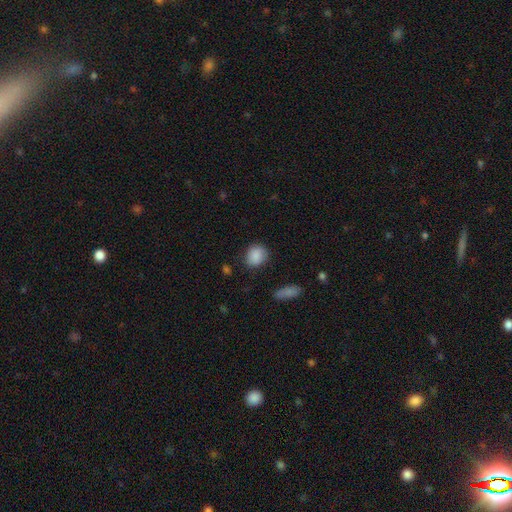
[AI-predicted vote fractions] Smooth or featured?
  - smooth: 88% *
  - star or artifact: 7%
  - featured or disk: 4%
How rounded?
  - round: 62% *
  - in between: 37%
  - cigar-shaped: 1%
Merging?
  - none: 81% *
  - minor disturbance: 14%
  - major disturbance: 3%
  - merger: 2%